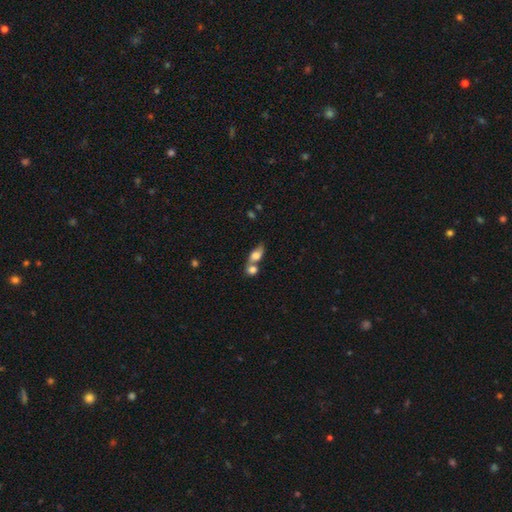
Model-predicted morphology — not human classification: Smooth or featured?
  - smooth: 66% *
  - featured or disk: 24%
  - star or artifact: 9%
How rounded?
  - in between: 67% *
  - round: 23%
  - cigar-shaped: 10%
Merging?
  - merger: 59% *
  - none: 25%
  - minor disturbance: 10%
  - major disturbance: 6%